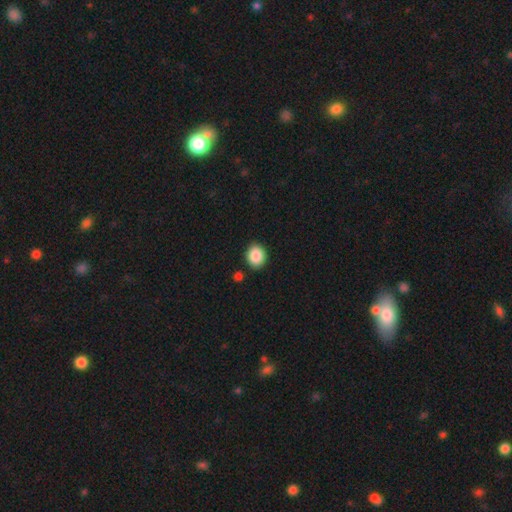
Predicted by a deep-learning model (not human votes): Q: Smooth or featured?
A: smooth (88%); runner-up: star or artifact (8%)
Q: How rounded?
A: round (62%); runner-up: in between (37%)
Q: Merging?
A: none (88%); runner-up: minor disturbance (8%)